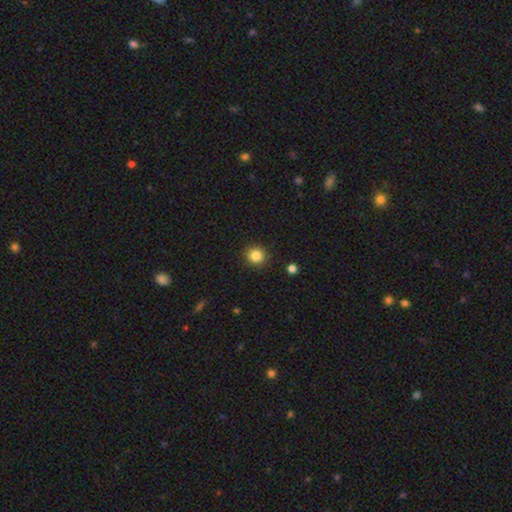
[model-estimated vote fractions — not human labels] This is clearly a smooth galaxy (85%). How rounded: clearly round (90%). Merging: clearly none (90%).